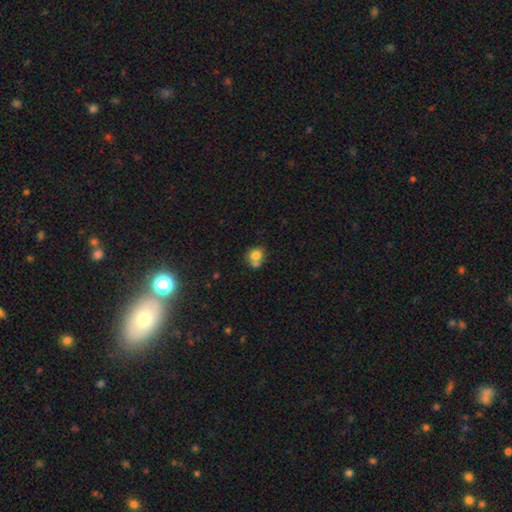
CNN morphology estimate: smooth-or-featured: smooth: 76% | featured or disk: 14% | star or artifact: 11%
  how-rounded: round: 71% | in between: 28% | cigar-shaped: 1%
  merging: merger: 41% (tied) | none: 41% (tied) | minor disturbance: 13% | major disturbance: 5%